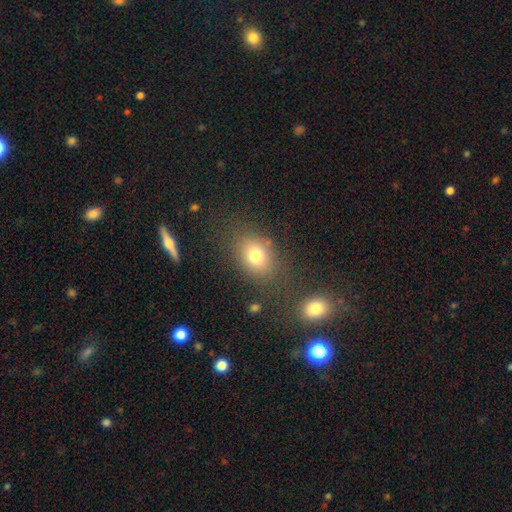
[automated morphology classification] smooth-or-featured: smooth: 75% | star or artifact: 14% | featured or disk: 11%
  how-rounded: in between: 57% | round: 42% | cigar-shaped: 1%
  merging: none: 73% | minor disturbance: 14% | major disturbance: 7% | merger: 6%